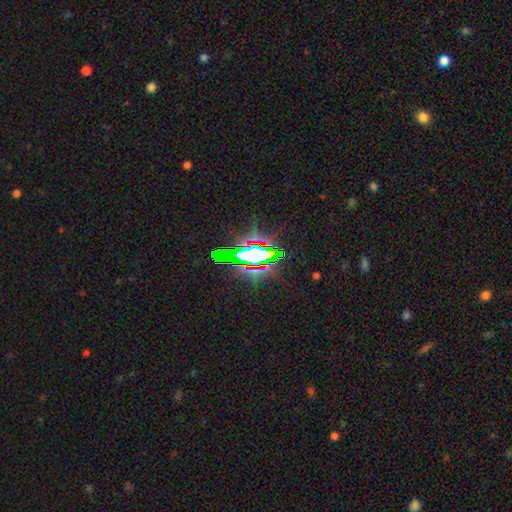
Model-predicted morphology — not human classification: smooth_or_featured: star or artifact (p=0.65) [alt: smooth p=0.20]